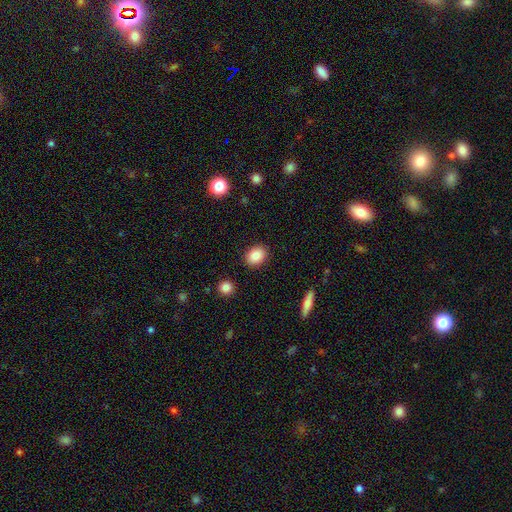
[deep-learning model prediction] Overall: smooth (85%). How rounded: in between (64%; round 35%). Merging: none (89%).